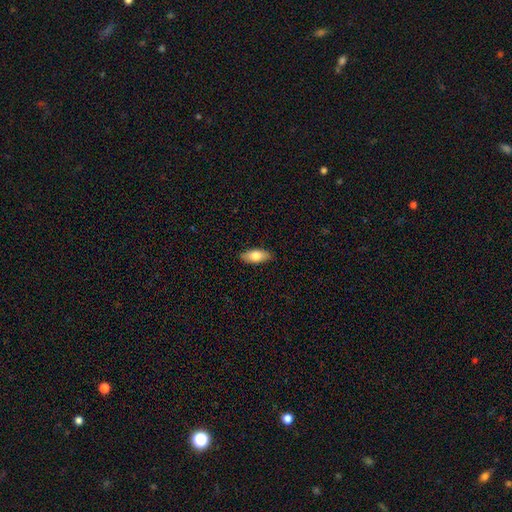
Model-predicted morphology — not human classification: smooth 75%, featured or disk 19%, star or artifact 6%. Down the decision tree: how rounded — in between (84%); merging — none (87%).